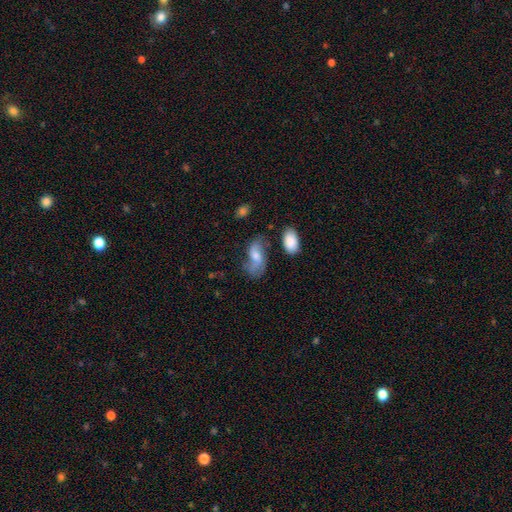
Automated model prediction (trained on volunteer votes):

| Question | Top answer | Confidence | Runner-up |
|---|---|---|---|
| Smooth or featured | featured or disk | 53% | smooth (37%) |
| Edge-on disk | no | 94% | yes (6%) |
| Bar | no | 51% | weak (38%) |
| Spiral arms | yes | 84% | no (16%) |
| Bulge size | moderate | 50% | small (29%) |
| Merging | none | 52% | minor disturbance (25%) |